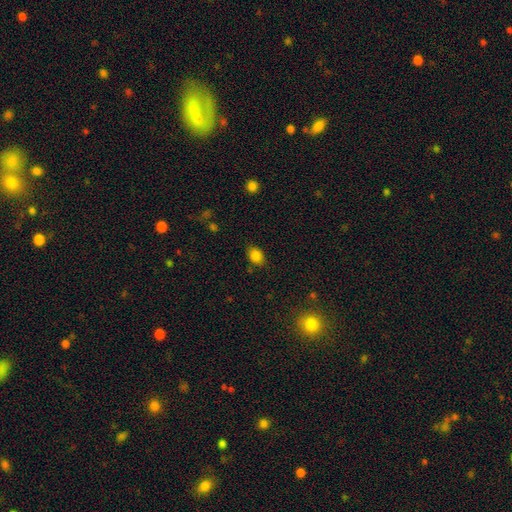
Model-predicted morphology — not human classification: The model was most divided on "how rounded": in between: 72%, round: 27%, cigar-shaped: 1%. More confident: smooth or featured — smooth (83%); merging — none (81%).